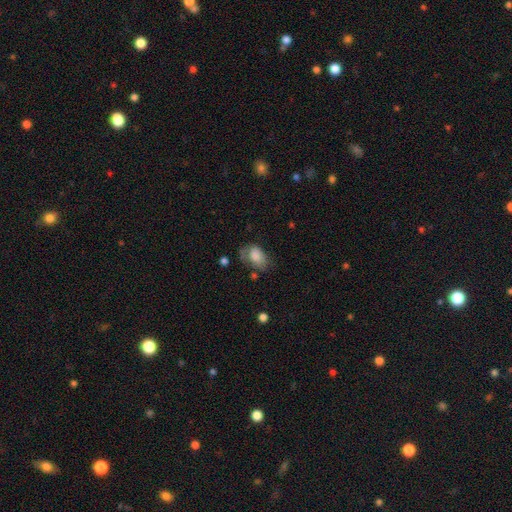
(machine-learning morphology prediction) A smooth galaxy with no disk features (77%) that is in between round and cigar-shaped (87%). Merging: none (43%).